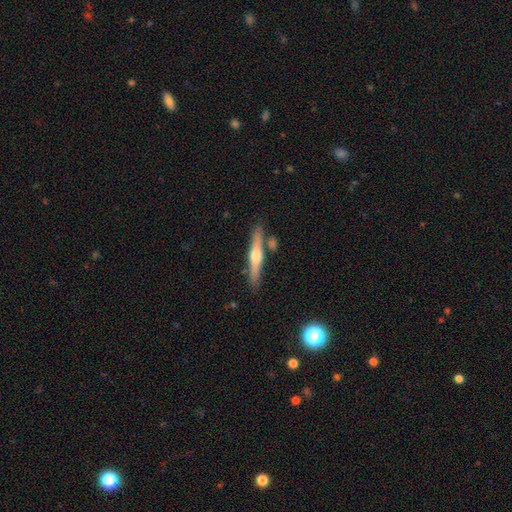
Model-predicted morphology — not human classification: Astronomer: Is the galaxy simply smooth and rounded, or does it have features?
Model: featured or disk — 66%.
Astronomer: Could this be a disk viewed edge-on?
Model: yes — 97%.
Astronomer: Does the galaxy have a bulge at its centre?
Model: rounded — 92%.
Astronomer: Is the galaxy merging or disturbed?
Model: none — 81%.